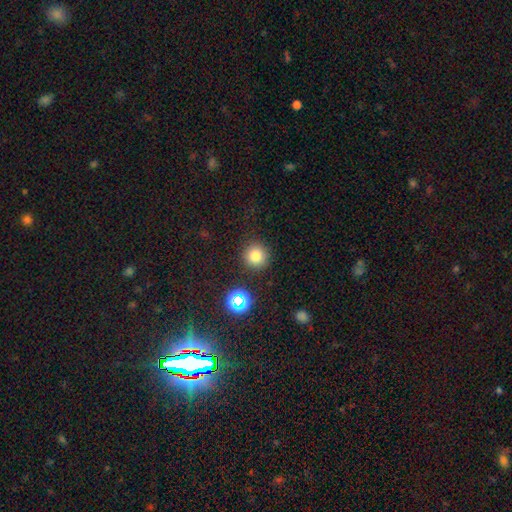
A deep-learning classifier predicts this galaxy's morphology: The model was most divided on "smooth or featured": smooth: 78%, star or artifact: 16%, featured or disk: 7%. More confident: how rounded — round (95%); merging — none (89%).